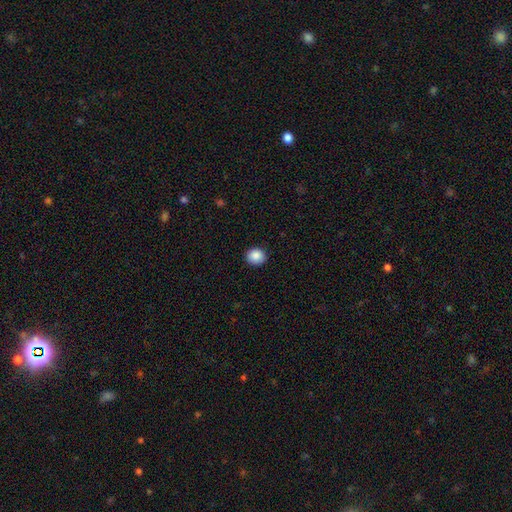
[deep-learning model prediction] Smooth or featured? smooth (88%)
How rounded? round (82%)
Merging? none (91%)